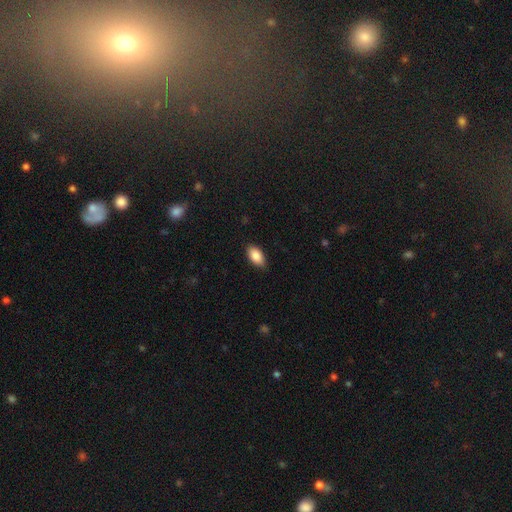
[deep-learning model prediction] Smooth or featured? Predicted: smooth (p=0.88). How rounded? Predicted: in between (p=0.94). Merging? Predicted: none (p=0.86).